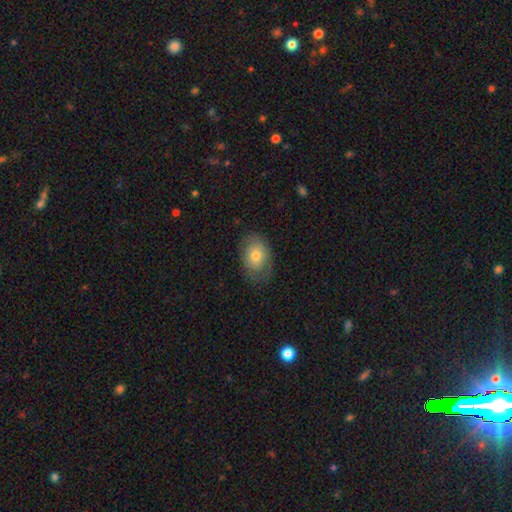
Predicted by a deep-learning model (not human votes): A smooth galaxy with no disk features (68%) that is in between round and cigar-shaped (80%). Merging: none (72%).